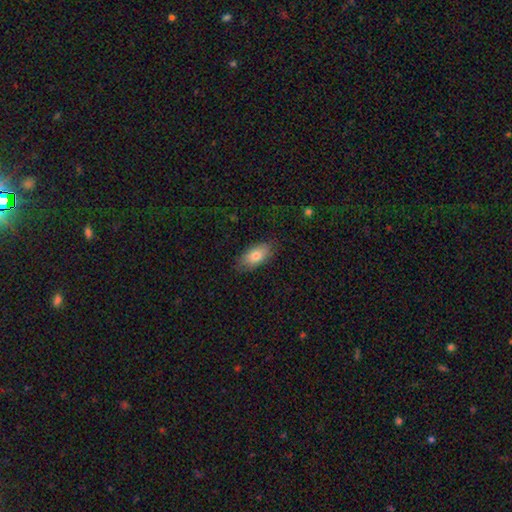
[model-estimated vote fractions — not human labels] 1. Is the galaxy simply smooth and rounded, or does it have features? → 77% smooth, 16% featured or disk, 7% star or artifact.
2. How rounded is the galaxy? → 90% in between, 6% cigar-shaped, 4% round.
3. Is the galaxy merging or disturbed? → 83% none, 13% minor disturbance, 3% major disturbance, 1% merger.